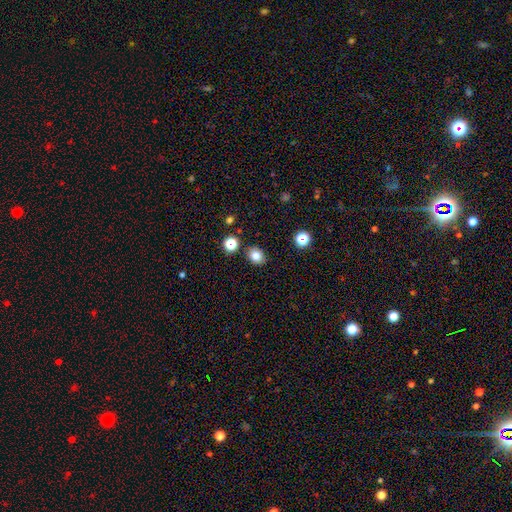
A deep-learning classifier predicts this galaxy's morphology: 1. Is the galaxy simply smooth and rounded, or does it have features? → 82% smooth, 12% star or artifact, 6% featured or disk.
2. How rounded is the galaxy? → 51% round, 48% in between, 1% cigar-shaped.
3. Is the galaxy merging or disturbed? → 85% none, 9% minor disturbance, 4% merger, 2% major disturbance.